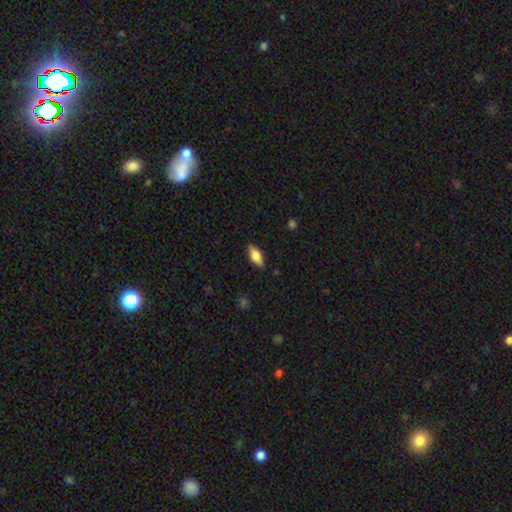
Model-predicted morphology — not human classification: type=smooth (70%); roundness=in between (81%); merging=none (85%).